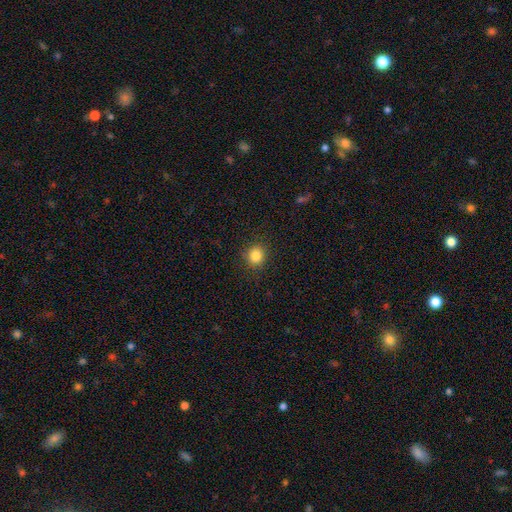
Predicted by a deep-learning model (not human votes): This is clearly a smooth galaxy (85%). How rounded: clearly round (89%). Merging: clearly none (90%).